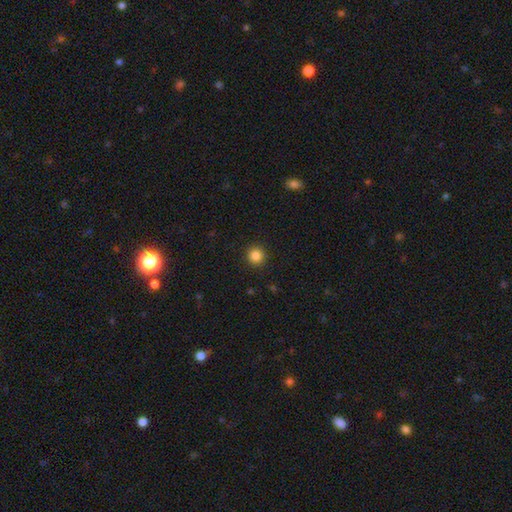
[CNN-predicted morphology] Overall: smooth (85%). How rounded: round (95%). Merging: none (93%).